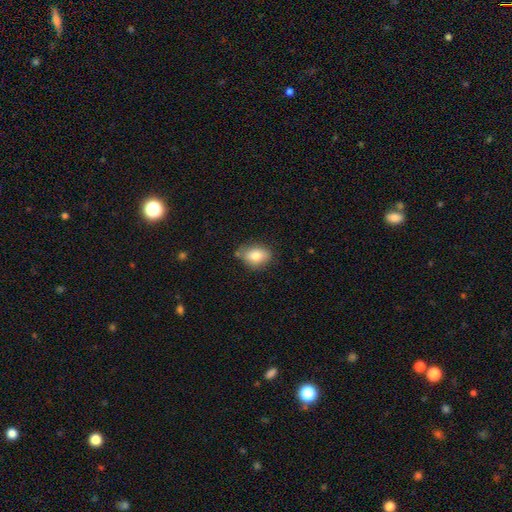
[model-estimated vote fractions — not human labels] Smooth or featured? Predicted: smooth (p=0.81). How rounded? Predicted: in between (p=0.80). Merging? Predicted: none (p=0.70).